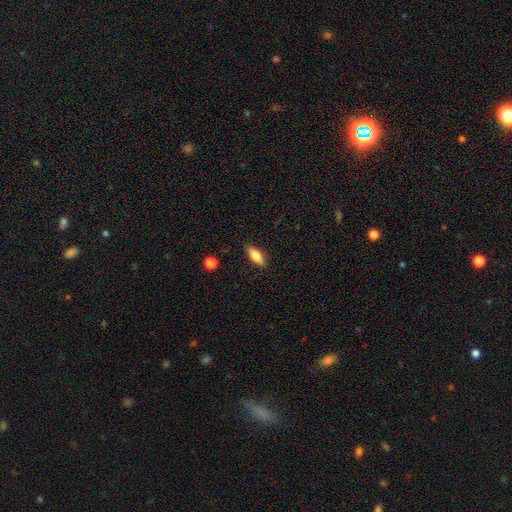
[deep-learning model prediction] smooth-or-featured: smooth: 77% | featured or disk: 16% | star or artifact: 7%
  how-rounded: in between: 74% | cigar-shaped: 23% | round: 3%
  merging: none: 87% | minor disturbance: 10% | major disturbance: 2% | merger: 1%